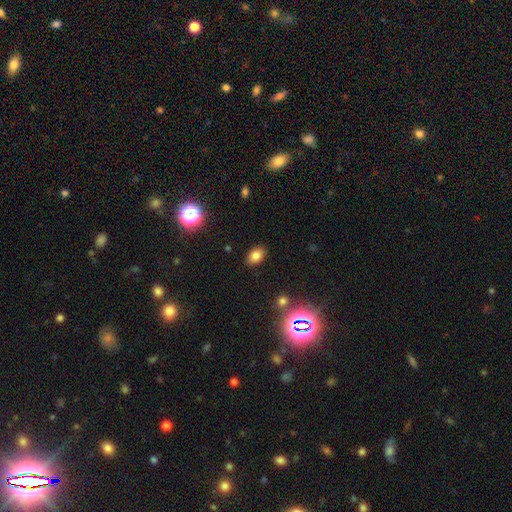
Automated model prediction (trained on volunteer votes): Morphology: type=smooth (78%); roundness=in between (83%); merging=none (87%).